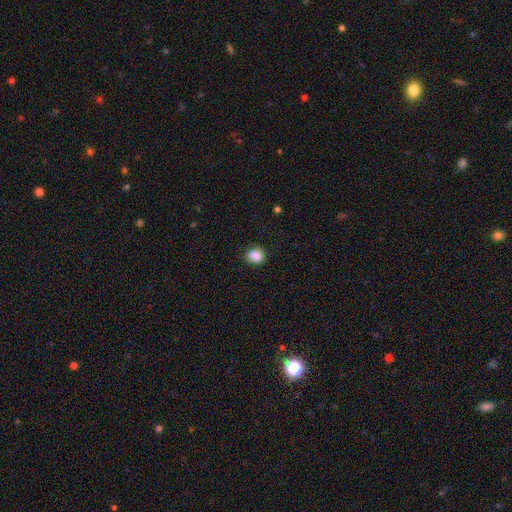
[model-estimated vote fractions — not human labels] smooth-or-featured: smooth: 83% | star or artifact: 10% | featured or disk: 7%
  how-rounded: round: 62% | in between: 36% | cigar-shaped: 1%
  merging: none: 67% | minor disturbance: 21% | merger: 7% | major disturbance: 5%